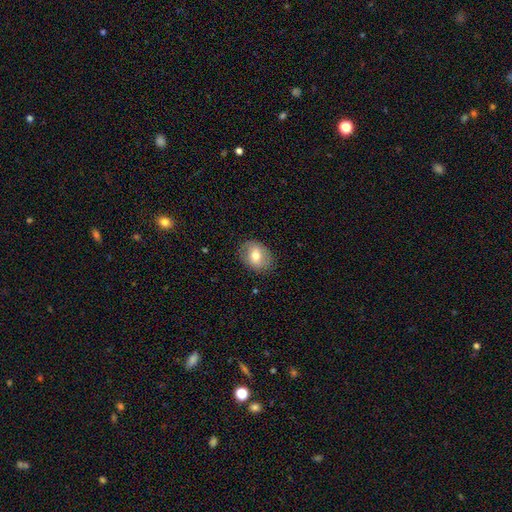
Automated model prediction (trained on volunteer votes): The model was most divided on "how rounded": in between: 61%, round: 38%, cigar-shaped: 1%. More confident: merging — none (83%); smooth or featured — smooth (64%).